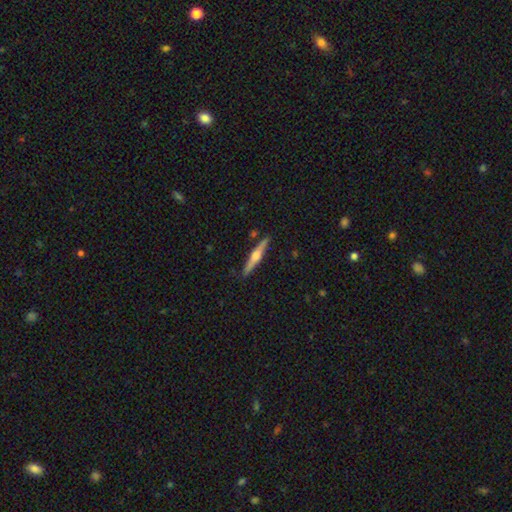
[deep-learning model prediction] Overall: featured or disk (64%; smooth 31%). Edge-on disk: yes (98%). Edge-on bulge: rounded (84%). Merging: none (88%).